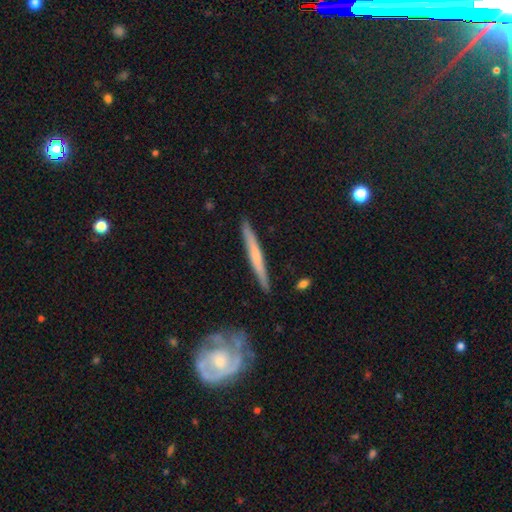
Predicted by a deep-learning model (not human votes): The model was most divided on "smooth or featured": featured or disk: 54%, smooth: 41%, star or artifact: 5%. More confident: edge-on disk — yes (94%); merging — none (89%); edge-on bulge — none (59%).